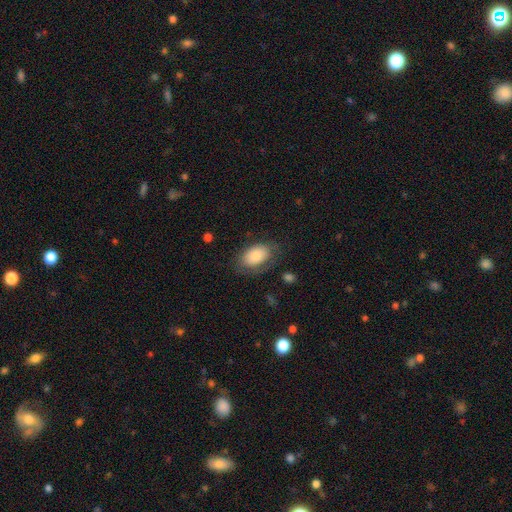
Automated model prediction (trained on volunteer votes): A smooth galaxy with no disk features (79%) that is in between round and cigar-shaped (92%).

Vote fractions:
- Smooth or featured? smooth: 79% / featured or disk: 14% / star or artifact: 7%
- How rounded? in between: 92% / round: 7% / cigar-shaped: 1%
- Merging? none: 64% / minor disturbance: 22% / major disturbance: 12% / merger: 2%